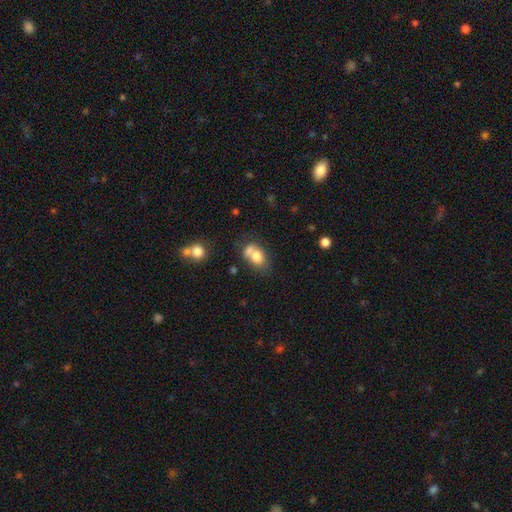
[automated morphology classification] This appears to be a smooth galaxy with no disk features (73%) that is in between round and cigar-shaped (68%). Merging: merger (48%).